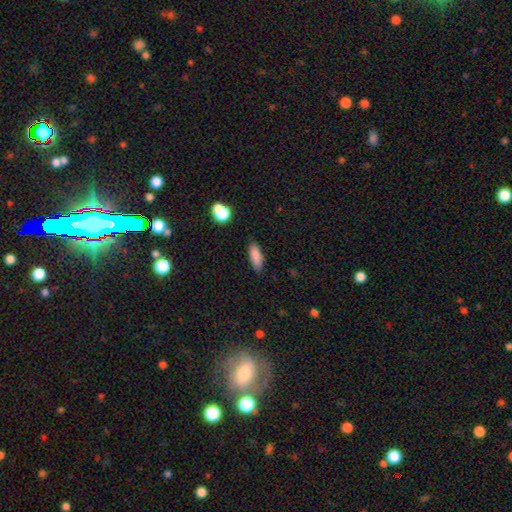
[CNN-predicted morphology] This is clearly a smooth galaxy (86%). How rounded: likely in between (65%). Merging: clearly none (85%).